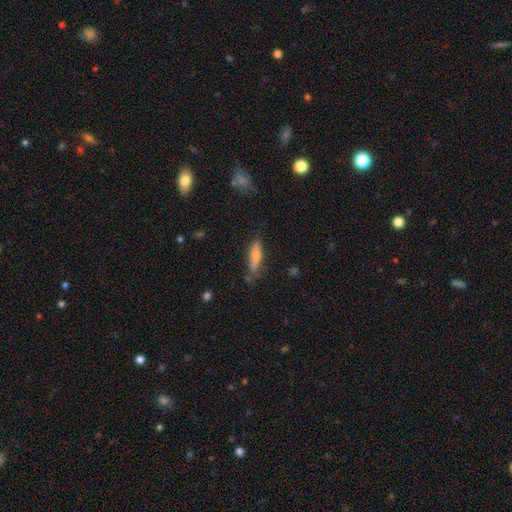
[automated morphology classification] type=smooth (59%); roundness=cigar-shaped (70%); merging=none (74%).